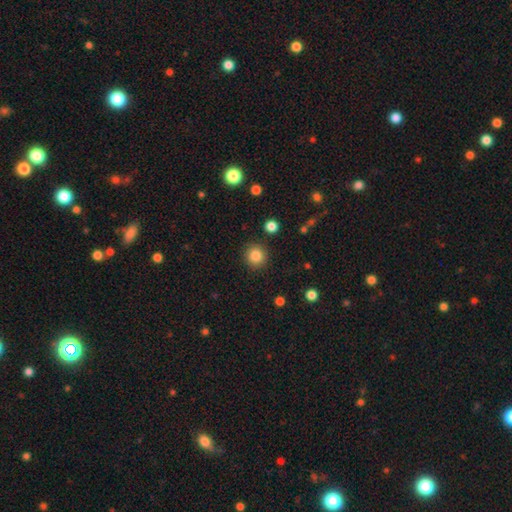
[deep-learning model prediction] smooth-or-featured: smooth: 85% | star or artifact: 11% | featured or disk: 5%
  how-rounded: round: 94% | in between: 5% | cigar-shaped: 1%
  merging: none: 90% | minor disturbance: 6% | major disturbance: 2% | merger: 2%